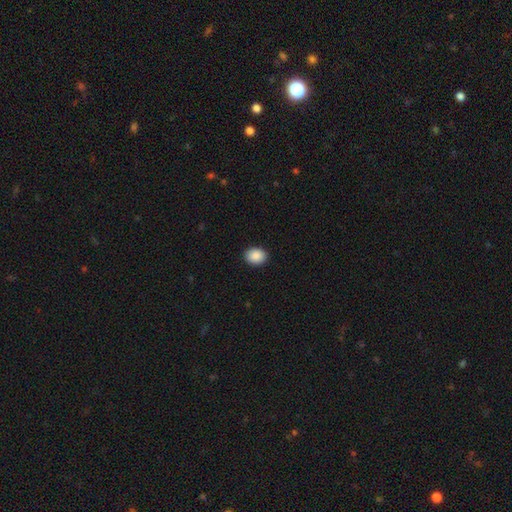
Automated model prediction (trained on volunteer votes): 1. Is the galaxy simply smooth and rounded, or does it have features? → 90% smooth, 7% star or artifact, 3% featured or disk.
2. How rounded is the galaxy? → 62% in between, 37% round, 1% cigar-shaped.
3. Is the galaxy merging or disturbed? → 91% none, 7% minor disturbance, 2% major disturbance, 1% merger.